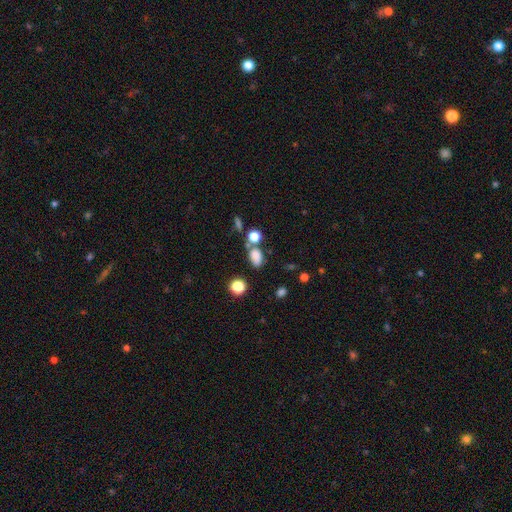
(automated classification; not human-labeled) The model was most divided on "merging": none: 58%, merger: 20%, minor disturbance: 15%, major disturbance: 6%. More confident: how rounded — in between (78%); smooth or featured — smooth (78%).